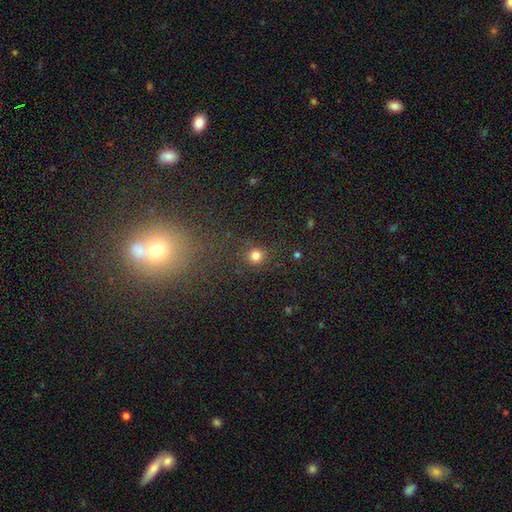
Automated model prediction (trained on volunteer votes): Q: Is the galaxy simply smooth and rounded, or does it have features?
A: smooth — 78%.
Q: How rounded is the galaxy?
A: round — 92%.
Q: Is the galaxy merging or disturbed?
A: none — 82%.